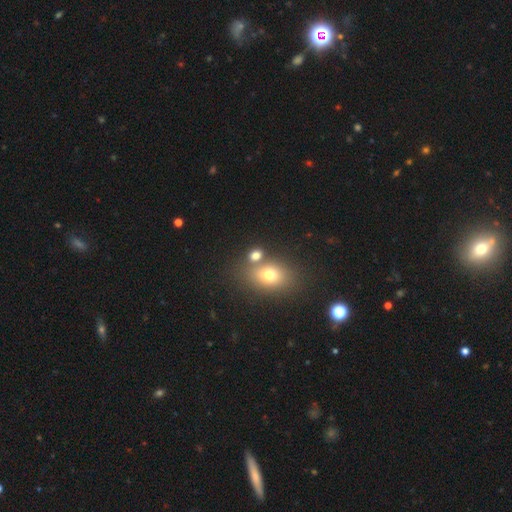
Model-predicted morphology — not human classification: smooth_or_featured: smooth (p=0.74) [alt: star or artifact p=0.15]
how_rounded: in between (p=0.57) [alt: round p=0.41]
merging: none (p=0.56) [alt: merger p=0.29]